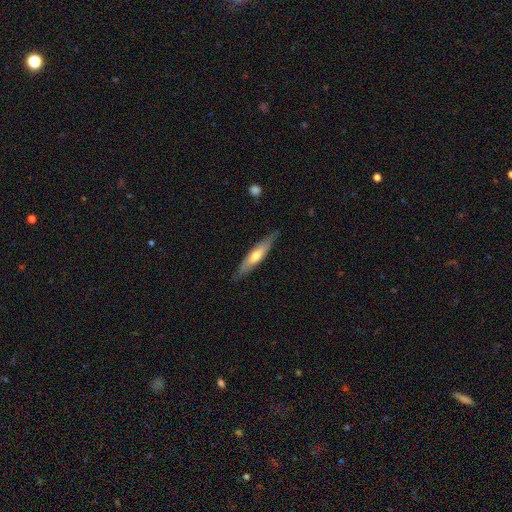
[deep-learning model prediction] Q: Smooth or featured?
A: featured or disk (48%); runner-up: smooth (46%)
Q: Merging?
A: none (84%); runner-up: minor disturbance (13%)